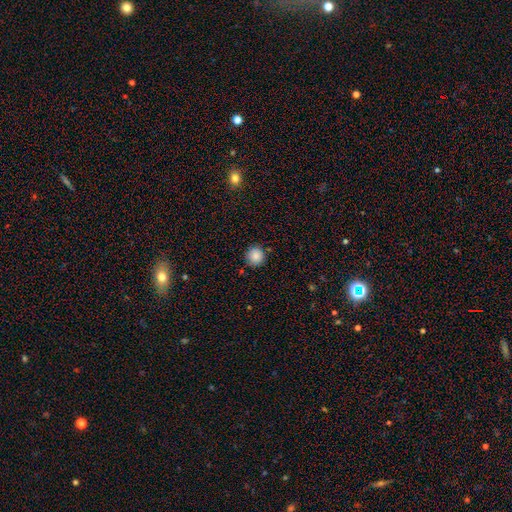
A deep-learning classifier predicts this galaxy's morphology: The model was most divided on "smooth or featured": smooth: 87%, star or artifact: 9%, featured or disk: 4%. More confident: how rounded — round (94%); merging — none (87%).